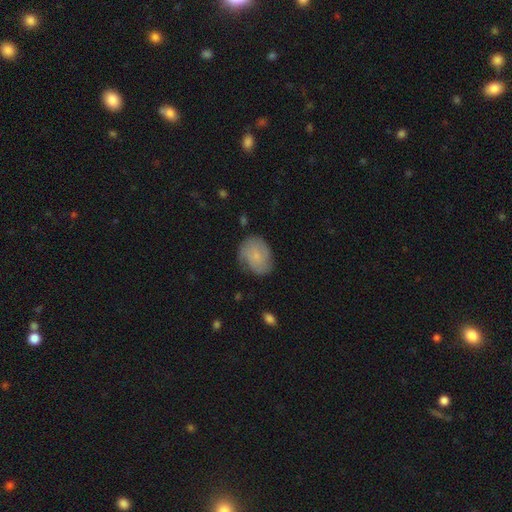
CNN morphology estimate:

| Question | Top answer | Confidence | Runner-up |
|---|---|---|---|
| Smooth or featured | smooth | 61% | featured or disk (31%) |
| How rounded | in between | 61% | round (38%) |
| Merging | none | 64% | minor disturbance (26%) |